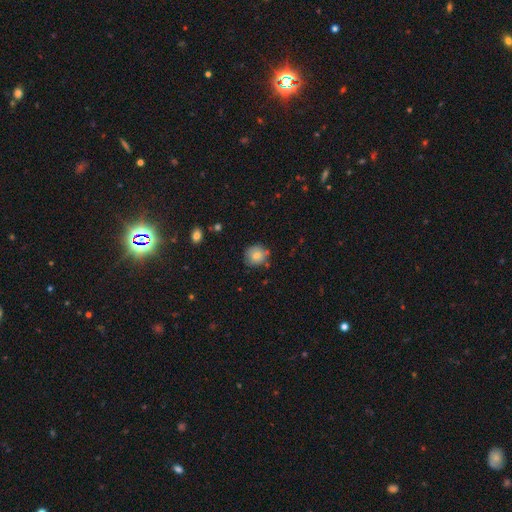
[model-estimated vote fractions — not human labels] Morphology: type=smooth (77%); roundness=round (86%); merging=none (77%).